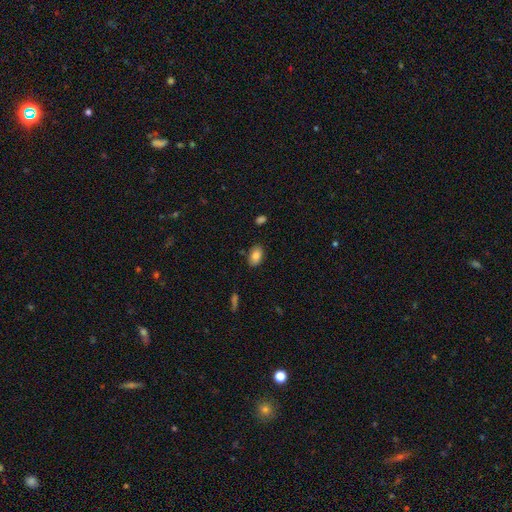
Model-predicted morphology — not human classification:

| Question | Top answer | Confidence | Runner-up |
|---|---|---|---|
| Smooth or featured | smooth | 84% | featured or disk (8%) |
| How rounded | in between | 91% | round (8%) |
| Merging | none | 84% | minor disturbance (11%) |